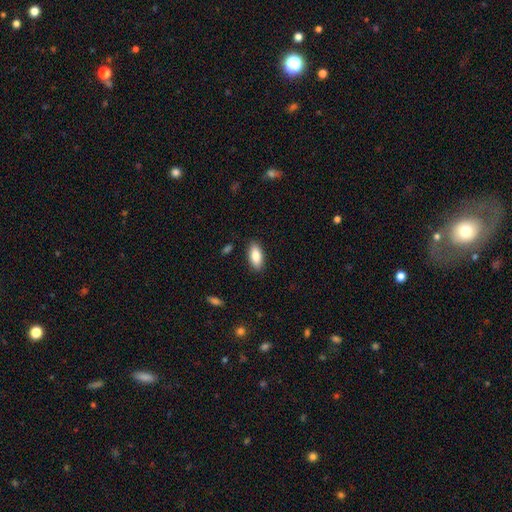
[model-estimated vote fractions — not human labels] Q: Smooth or featured?
A: smooth (85%); runner-up: featured or disk (9%)
Q: How rounded?
A: in between (86%); runner-up: cigar-shaped (12%)
Q: Merging?
A: none (87%); runner-up: minor disturbance (9%)